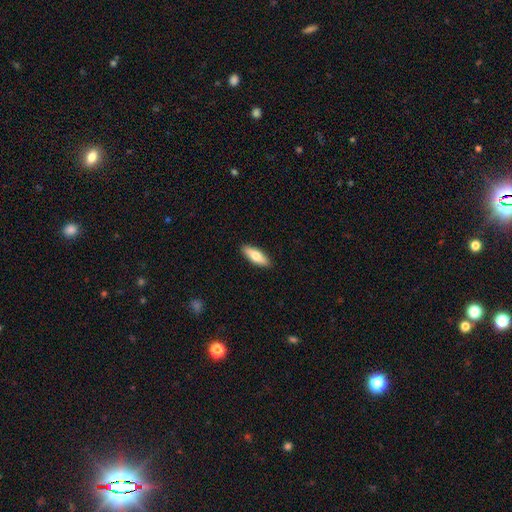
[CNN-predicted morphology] A smooth galaxy with no disk features (70%) that is in between round and cigar-shaped (57%).

Vote fractions:
- Smooth or featured? smooth: 70% / featured or disk: 25% / star or artifact: 6%
- How rounded? in between: 57% / cigar-shaped: 41% / round: 2%
- Merging? none: 90% / minor disturbance: 7% / major disturbance: 2% / merger: 1%